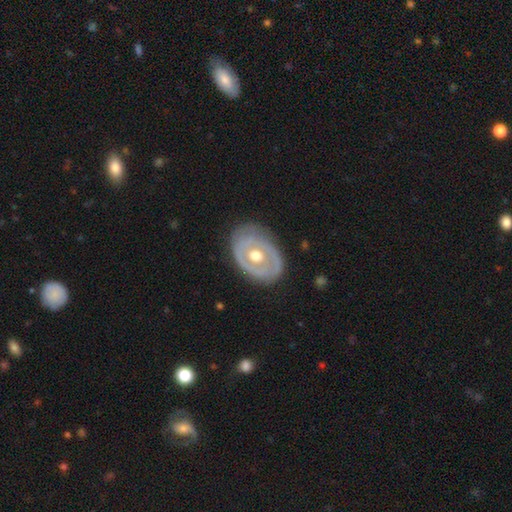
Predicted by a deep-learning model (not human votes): Smooth or featured? Predicted: featured or disk (p=0.69). Edge-on disk? Predicted: no (p=0.93). Bar? Predicted: no (p=0.84). Spiral arms? Predicted: no (p=0.63). Bulge size? Predicted: moderate (p=0.79). Merging? Predicted: none (p=0.73).